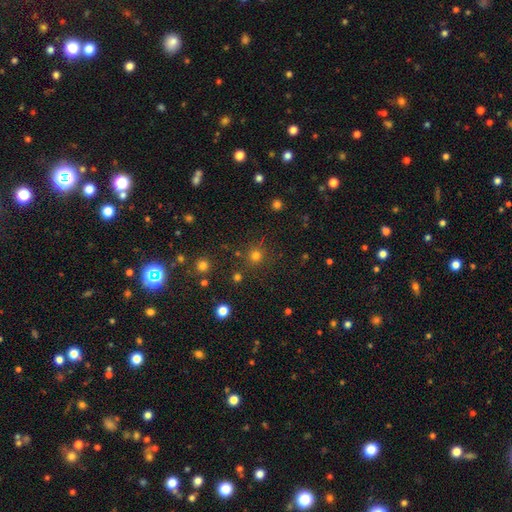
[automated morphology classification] type=smooth (75%); roundness=round (94%); merging=none (85%).